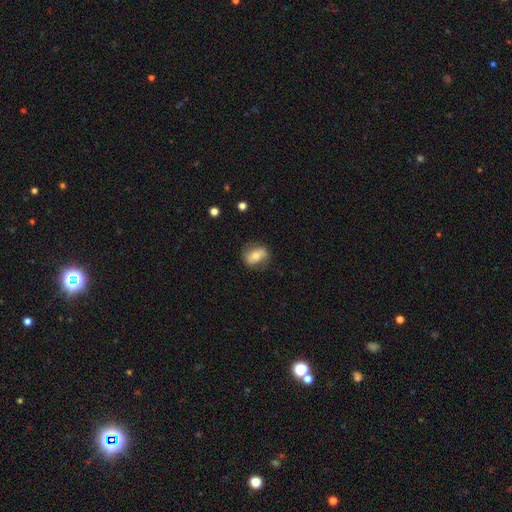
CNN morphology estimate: A smooth galaxy with no disk features (56%) that is in between round and cigar-shaped (71%). Merging: none (74%).